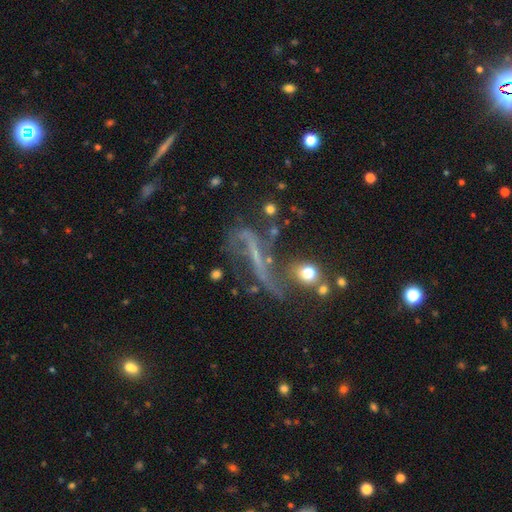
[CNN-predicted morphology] Smooth or featured? featured or disk (62%)
Edge-on disk? no (71%)
Merging? none (36%)